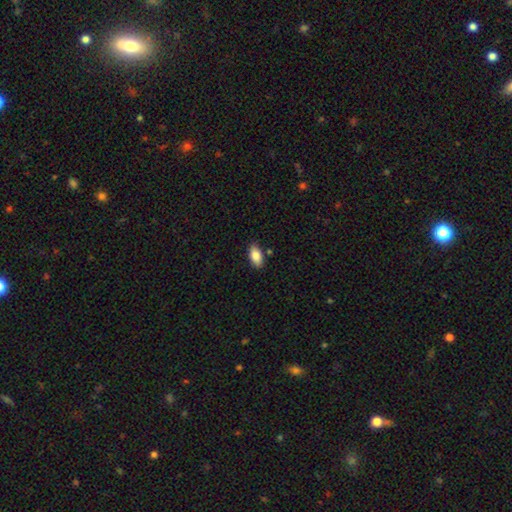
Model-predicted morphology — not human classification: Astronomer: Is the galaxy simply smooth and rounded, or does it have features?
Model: smooth — 83%.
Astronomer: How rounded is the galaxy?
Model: in between — 92%.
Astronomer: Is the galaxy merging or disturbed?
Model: none — 84%.